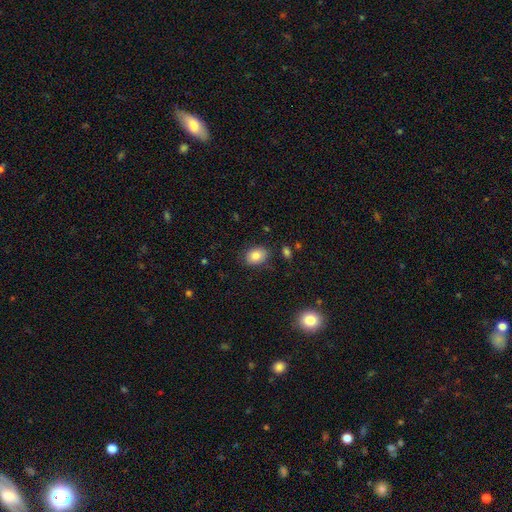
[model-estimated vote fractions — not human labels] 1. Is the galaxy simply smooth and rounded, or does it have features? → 84% smooth, 9% star or artifact, 8% featured or disk.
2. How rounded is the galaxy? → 75% in between, 24% round, 1% cigar-shaped.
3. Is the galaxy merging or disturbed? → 81% none, 14% minor disturbance, 3% major disturbance, 2% merger.